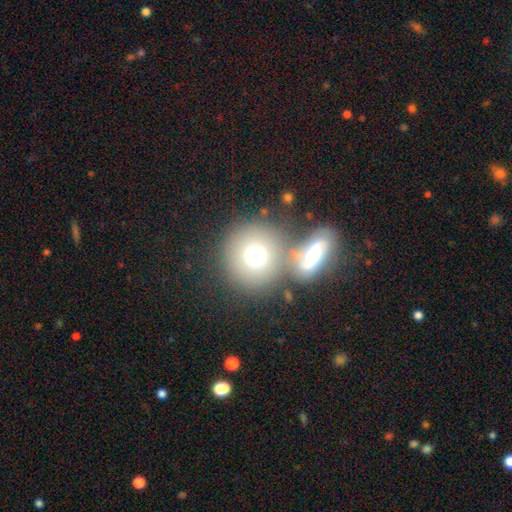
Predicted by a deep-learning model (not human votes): A smooth galaxy with no disk features (70%) that is round (88%).

Vote fractions:
- Smooth or featured? smooth: 70% / featured or disk: 18% / star or artifact: 12%
- How rounded? round: 88% / in between: 10% / cigar-shaped: 1%
- Merging? none: 55% / merger: 30% / minor disturbance: 10% / major disturbance: 6%